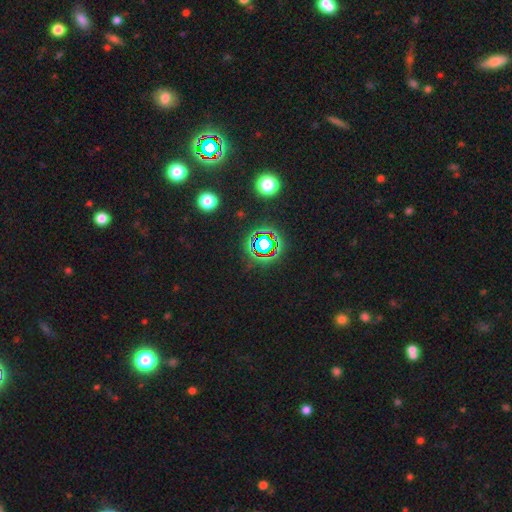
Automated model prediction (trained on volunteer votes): A star or artifact, not a galaxy (76%).

Vote fractions:
- Smooth or featured? star or artifact: 76% / smooth: 16% / featured or disk: 8%